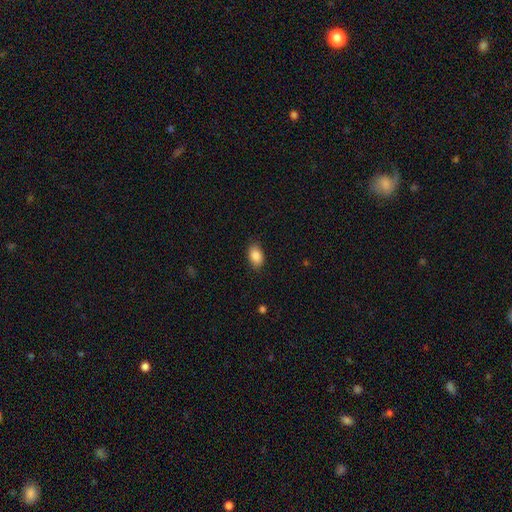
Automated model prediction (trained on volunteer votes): Morphology: type=smooth (87%); roundness=in between (88%); merging=none (85%).